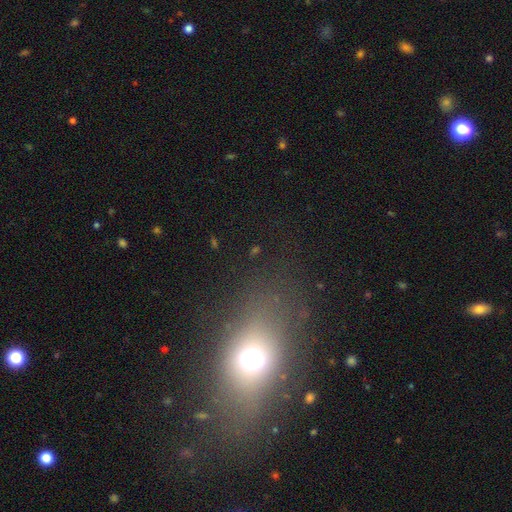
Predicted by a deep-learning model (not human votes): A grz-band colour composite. It shows a smooth galaxy with no disk features (48%). Merging: none (76%).